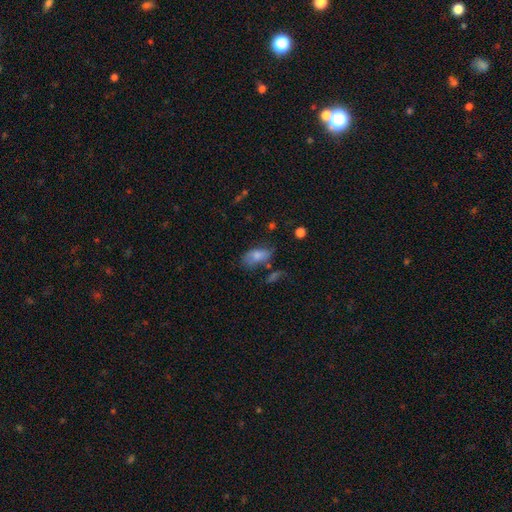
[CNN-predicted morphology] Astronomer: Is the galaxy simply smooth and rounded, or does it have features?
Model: smooth — 67%.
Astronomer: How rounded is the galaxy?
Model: in between — 89%.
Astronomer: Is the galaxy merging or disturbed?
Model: none — 47% (runner-up: minor disturbance, 29%).